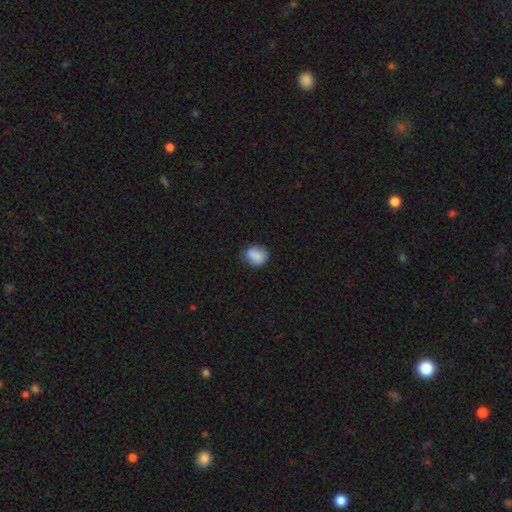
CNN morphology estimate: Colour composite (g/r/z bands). It shows a smooth galaxy with no disk features (82%) that is round (52%). Merging: none (67%).